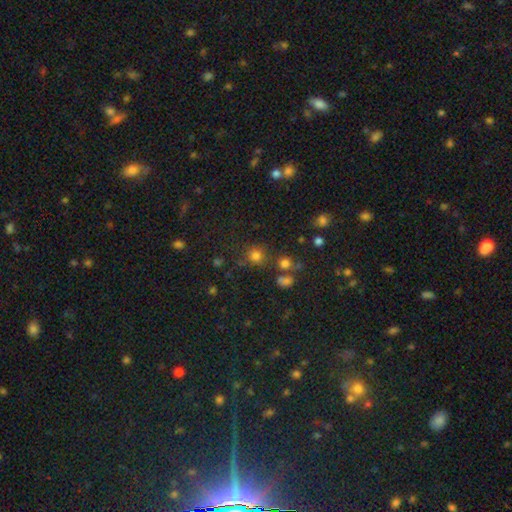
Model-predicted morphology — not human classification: A smooth galaxy with no disk features (75%) that is round (88%).

Vote fractions:
- Smooth or featured? smooth: 75% / star or artifact: 18% / featured or disk: 7%
- How rounded? round: 88% / in between: 11% / cigar-shaped: 1%
- Merging? none: 74% / minor disturbance: 11% / merger: 9% / major disturbance: 5%